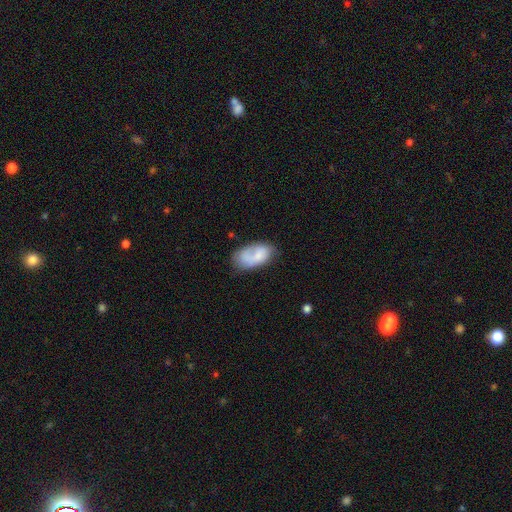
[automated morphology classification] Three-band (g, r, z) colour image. It shows a smooth galaxy with no disk features (67%) that is in between round and cigar-shaped (94%). Merging: none (50%).